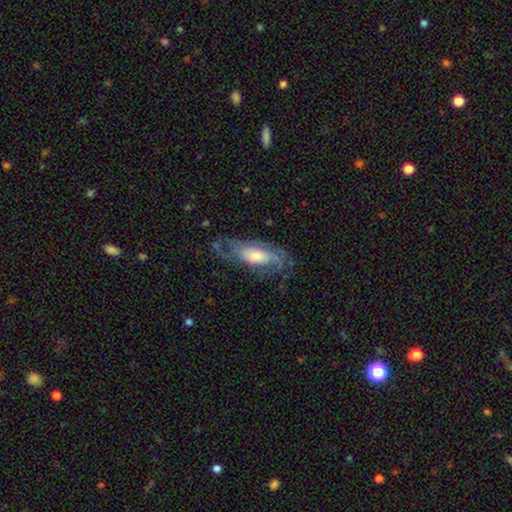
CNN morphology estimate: A featured or disk galaxy (69%) with no bar (61%), 2 (42%) medium (44%) spiral arms (86%) and a moderate central bulge (45%). Merging: none (58%).